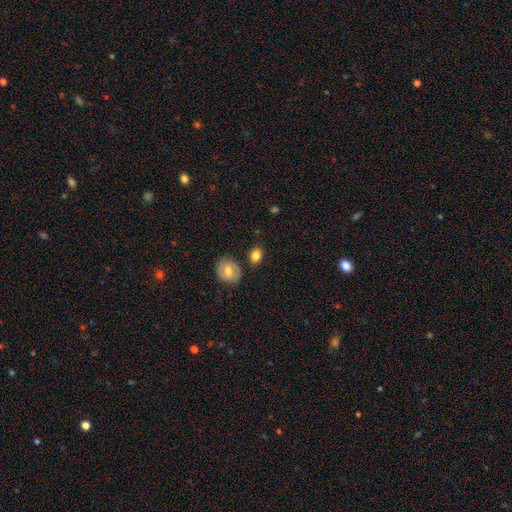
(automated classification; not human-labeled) Morphology: type=smooth (83%); roundness=in between (61%); merging=none (78%).